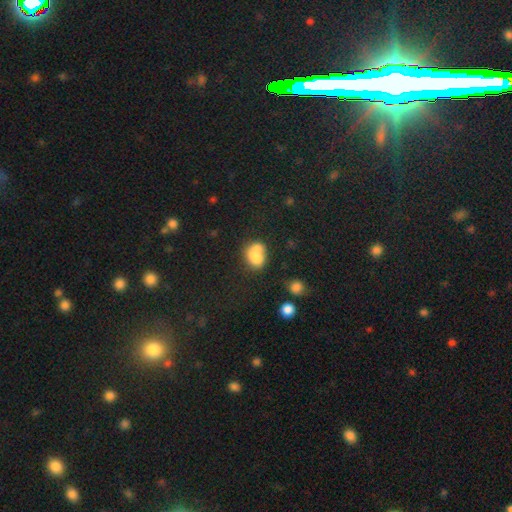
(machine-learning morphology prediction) Smooth or featured? smooth (74%)
How rounded? in between (55%)
Merging? merger (44%)